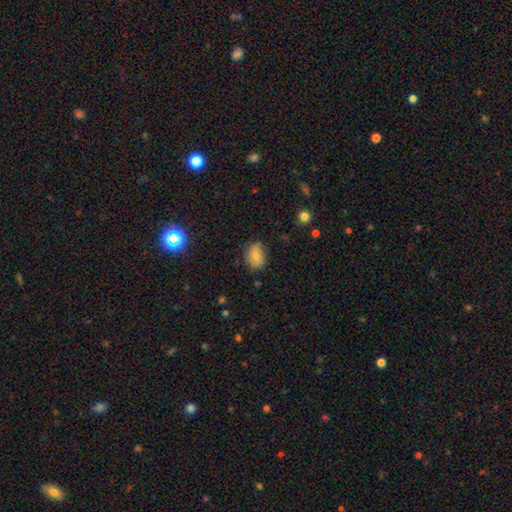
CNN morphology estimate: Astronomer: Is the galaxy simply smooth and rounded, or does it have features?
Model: smooth — 72%.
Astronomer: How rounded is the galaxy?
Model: in between — 76%.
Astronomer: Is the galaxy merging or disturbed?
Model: none — 71%.